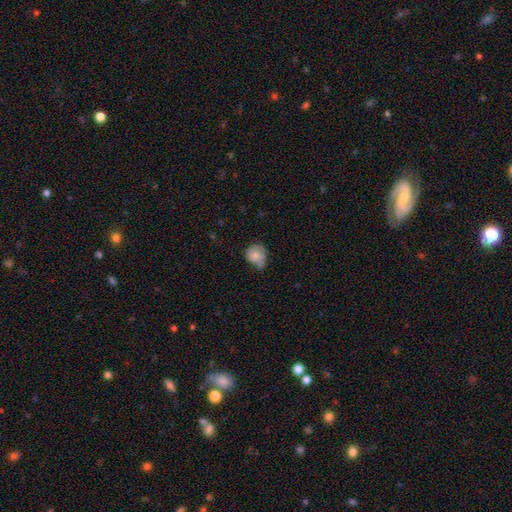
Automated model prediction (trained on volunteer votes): This is likely a smooth galaxy (67%). How rounded: likely round (71%). Merging: marginally minor disturbance (41%).